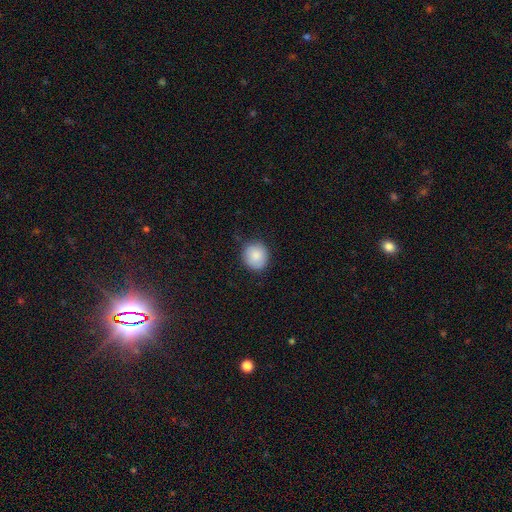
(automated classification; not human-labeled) A smooth galaxy with no disk features (86%) that is round (85%). Merging: none (82%).